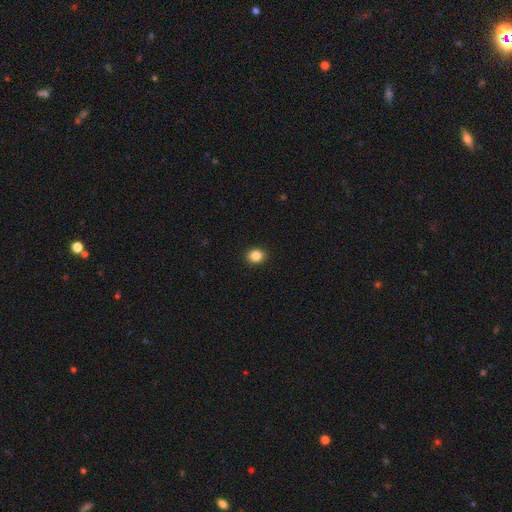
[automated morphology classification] smooth 85%, star or artifact 10%, featured or disk 4%. Down the decision tree: how rounded — round (61%); merging — none (91%).